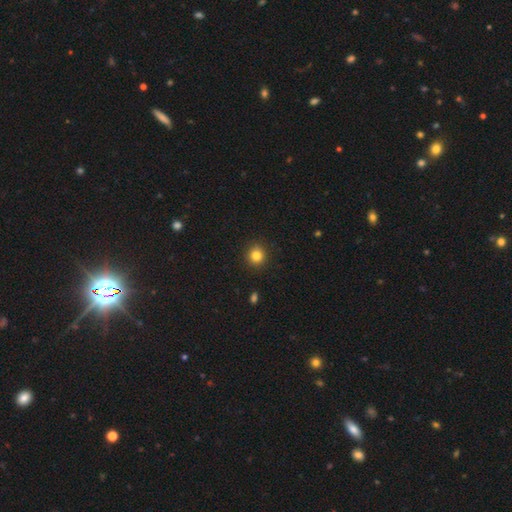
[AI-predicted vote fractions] Morphology: type=smooth (83%); roundness=round (90%); merging=none (91%).